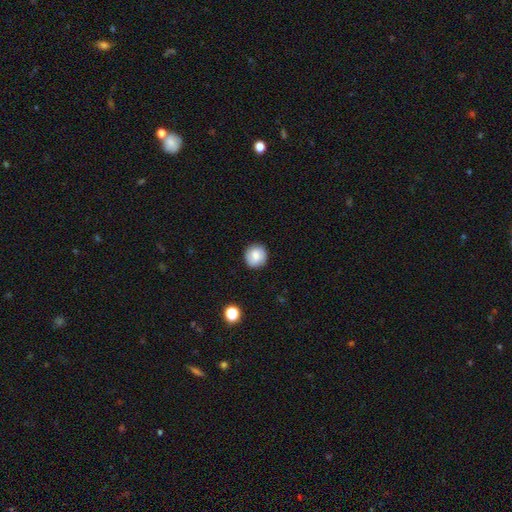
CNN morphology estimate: smooth 75%, featured or disk 16%, star or artifact 9%. Down the decision tree: how rounded — round (88%); merging — none (87%).